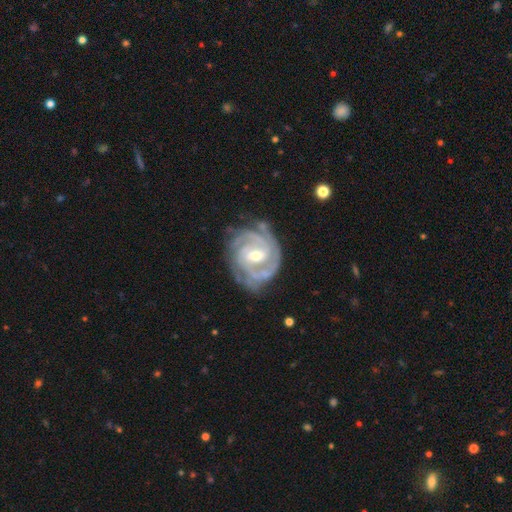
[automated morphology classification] The model was most divided on "spiral arm count": 3: 35%, 2: 29%, can't tell: 14%, 4: 12%, more than 4: 5%, 1: 5%. More confident: spiral arms — yes (98%); edge-on disk — no (98%); smooth or featured — featured or disk (92%); spiral winding — tight (73%); merging — none (72%); bulge size — moderate (55%); bar — weak (51%).